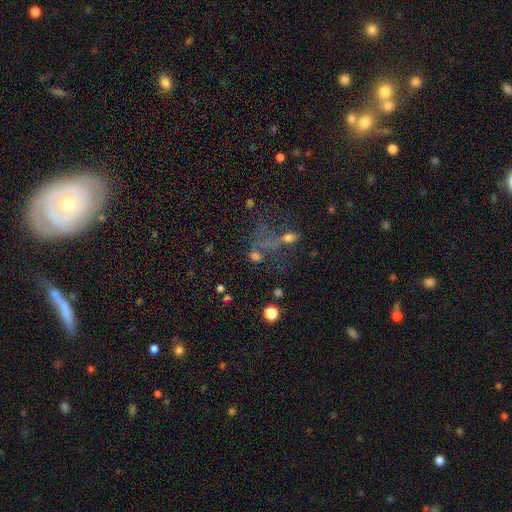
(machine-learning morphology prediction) Smooth or featured: smooth — 59% (star or artifact — 28%)
How rounded: round — 59% (in between — 37%)
Merging: none — 43% (merger — 29%)